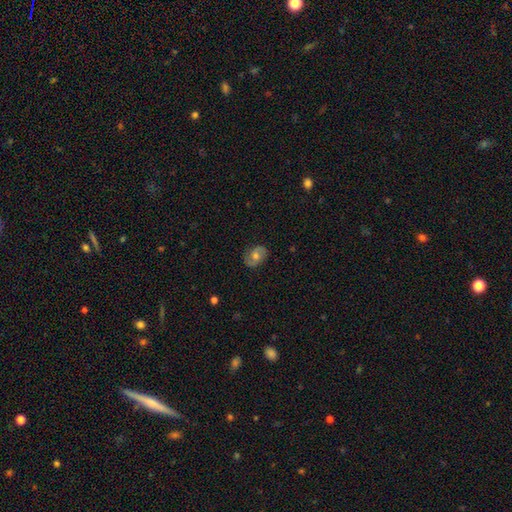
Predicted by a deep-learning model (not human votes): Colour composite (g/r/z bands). It shows a featured or disk galaxy (63%) with no bar (66%), 2 (86%) medium (47%) spiral arms (84%) and a moderate central bulge (71%). Merging: none (82%).